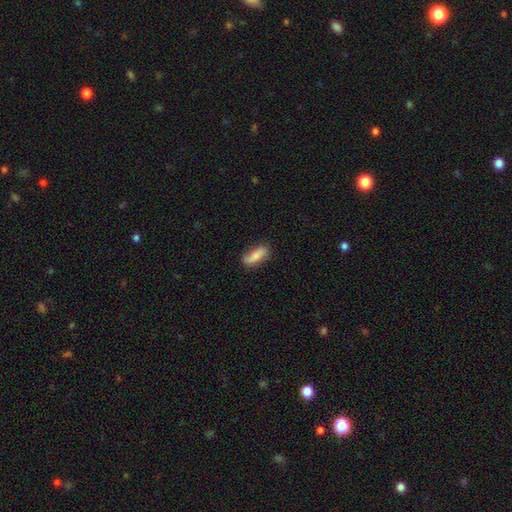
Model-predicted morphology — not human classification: This appears to be a smooth galaxy with no disk features (75%) that is in between round and cigar-shaped (68%). Merging: none (77%).